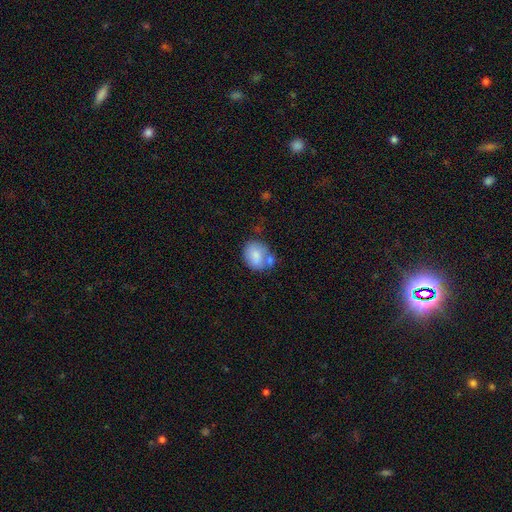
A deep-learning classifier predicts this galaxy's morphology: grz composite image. It shows a smooth galaxy with no disk features (76%) that is round (50%). Merging: none (45%).